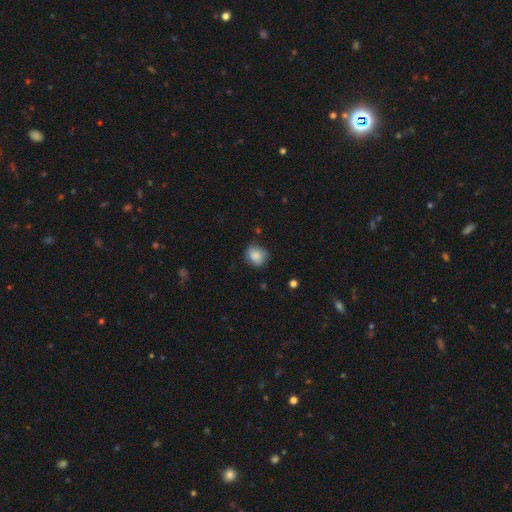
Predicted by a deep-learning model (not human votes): Smooth or featured?
  - smooth: 85% *
  - star or artifact: 8%
  - featured or disk: 7%
How rounded?
  - round: 71% *
  - in between: 28%
  - cigar-shaped: 1%
Merging?
  - none: 75% *
  - minor disturbance: 19%
  - major disturbance: 4%
  - merger: 2%